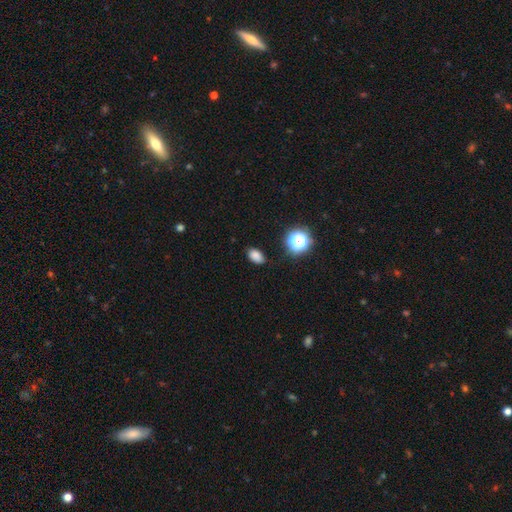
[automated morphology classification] smooth 80%, star or artifact 15%, featured or disk 5%. Down the decision tree: how rounded — in between (86%); merging — none (81%).